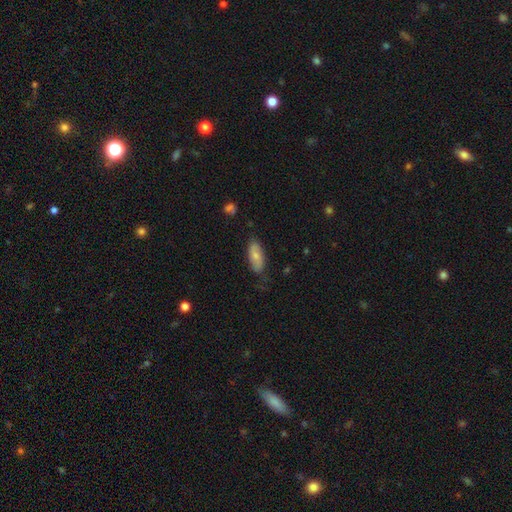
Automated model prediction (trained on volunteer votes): A smooth galaxy with no disk features (70%) that is in between round and cigar-shaped (82%). Merging: none (72%).